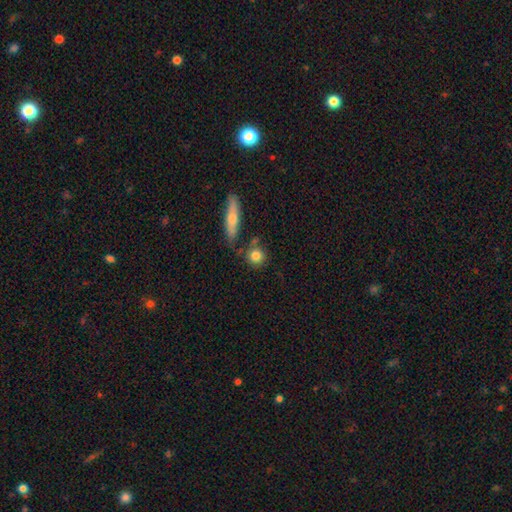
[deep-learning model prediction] smooth_or_featured: smooth (p=0.82) [alt: featured or disk p=0.10]
how_rounded: round (p=0.84) [alt: in between p=0.12]
merging: none (p=0.73) [alt: merger p=0.12]